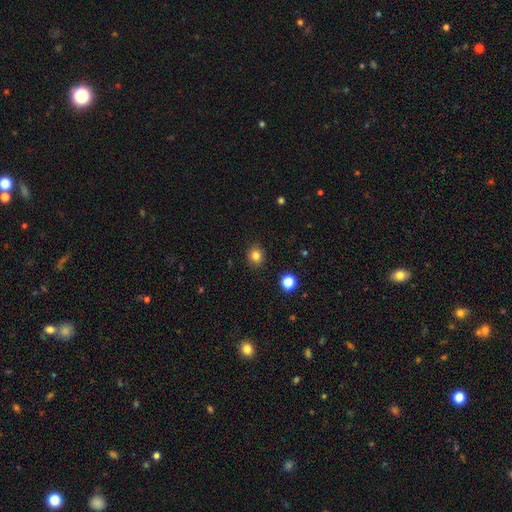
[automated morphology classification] Q: Smooth or featured?
A: smooth (82%); runner-up: star or artifact (12%)
Q: How rounded?
A: round (77%); runner-up: in between (22%)
Q: Merging?
A: none (90%); runner-up: minor disturbance (7%)